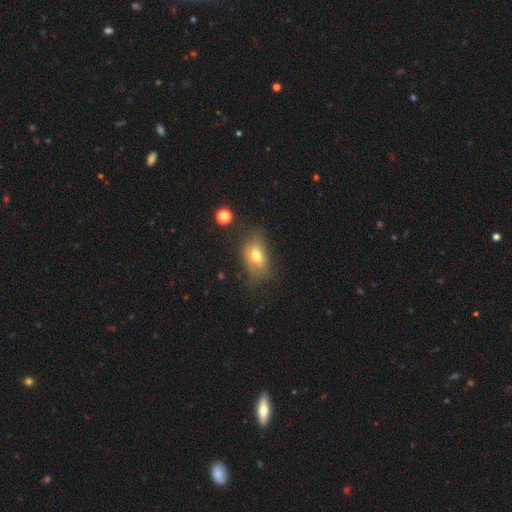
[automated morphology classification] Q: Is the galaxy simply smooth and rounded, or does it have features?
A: smooth — 67%.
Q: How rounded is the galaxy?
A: in between — 85%.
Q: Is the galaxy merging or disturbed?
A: none — 57%.